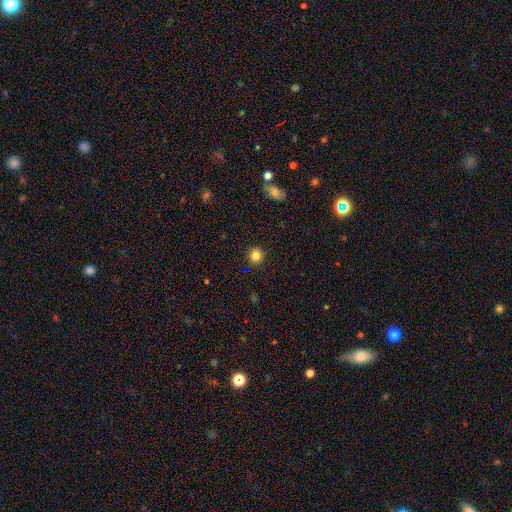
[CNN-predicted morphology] smooth-or-featured: smooth: 82% | star or artifact: 12% | featured or disk: 6%
  how-rounded: round: 92% | in between: 7% | cigar-shaped: 1%
  merging: none: 92% | minor disturbance: 5% | major disturbance: 2% | merger: 1%